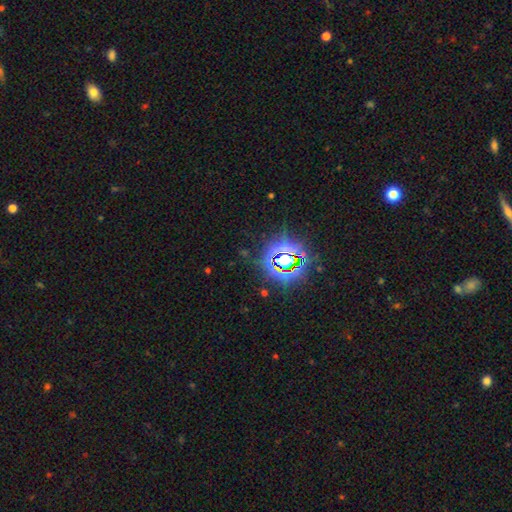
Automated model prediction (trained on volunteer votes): smooth_or_featured: star or artifact (p=0.82) [alt: smooth p=0.12]